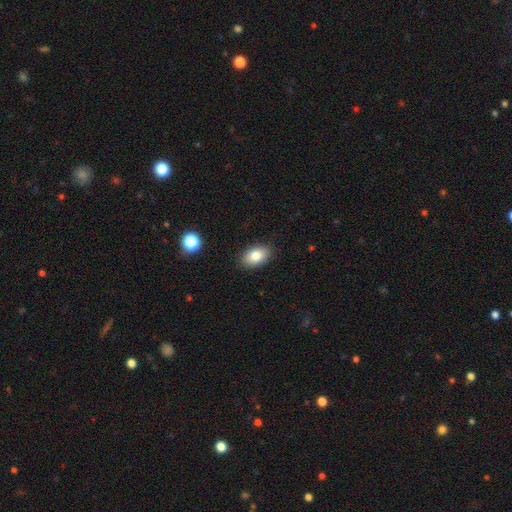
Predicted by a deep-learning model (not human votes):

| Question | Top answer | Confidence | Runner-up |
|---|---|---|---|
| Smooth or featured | smooth | 82% | featured or disk (10%) |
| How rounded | in between | 89% | round (10%) |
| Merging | none | 87% | minor disturbance (9%) |